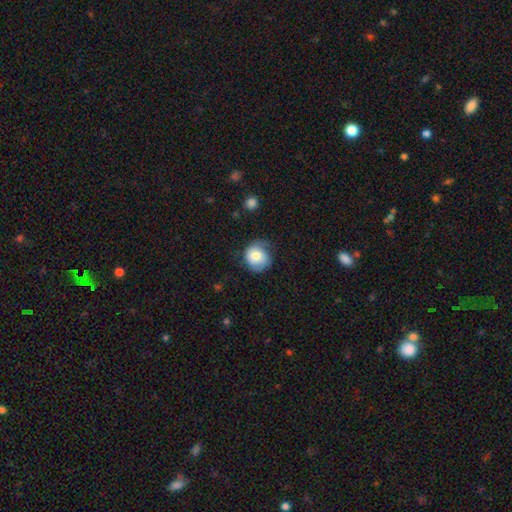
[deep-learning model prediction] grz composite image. It shows a smooth galaxy with no disk features (58%) that is round (80%). Merging: none (53%).